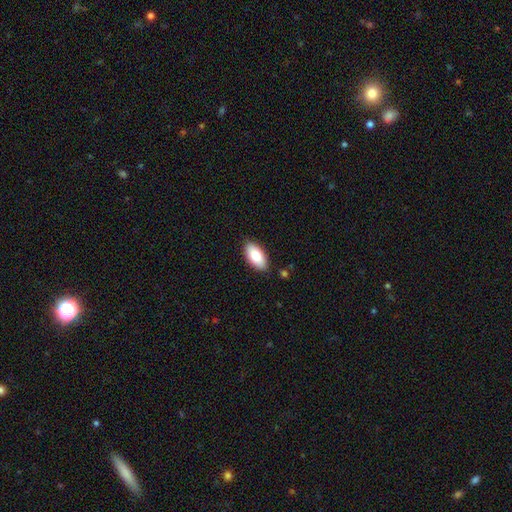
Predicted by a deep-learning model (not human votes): A smooth galaxy with no disk features (84%) that is in between round and cigar-shaped (93%).

Vote fractions:
- Smooth or featured? smooth: 84% / featured or disk: 9% / star or artifact: 6%
- How rounded? in between: 93% / cigar-shaped: 4% / round: 2%
- Merging? none: 86% / minor disturbance: 10% / major disturbance: 2% / merger: 1%